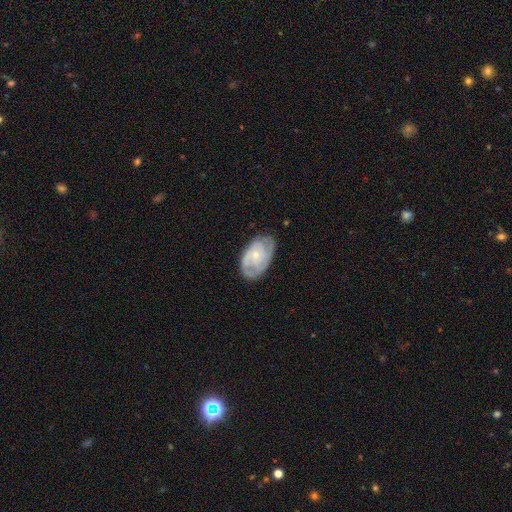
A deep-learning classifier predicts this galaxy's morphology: Smooth or featured? featured or disk (75%)
Edge-on disk? no (96%)
Bar? no (73%)
Spiral arms? yes (91%)
Spiral winding? tight (53%)
Spiral arm count? 2 (36%)
Bulge size? small (67%)
Merging? none (73%)